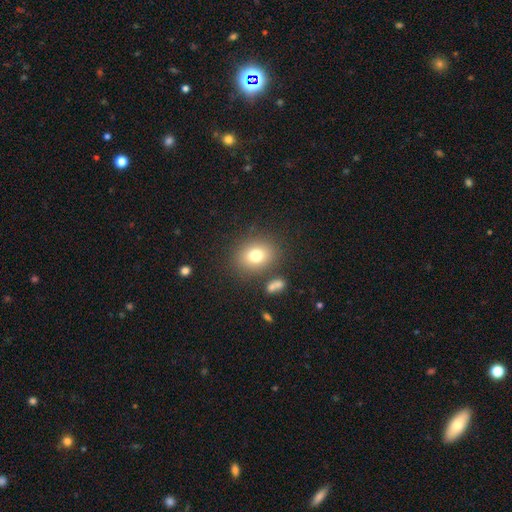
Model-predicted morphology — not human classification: A smooth galaxy with no disk features (76%) that is round (56%).

Vote fractions:
- Smooth or featured? smooth: 76% / star or artifact: 13% / featured or disk: 12%
- How rounded? round: 56% / in between: 43% / cigar-shaped: 1%
- Merging? none: 81% / minor disturbance: 10% / merger: 5% / major disturbance: 4%